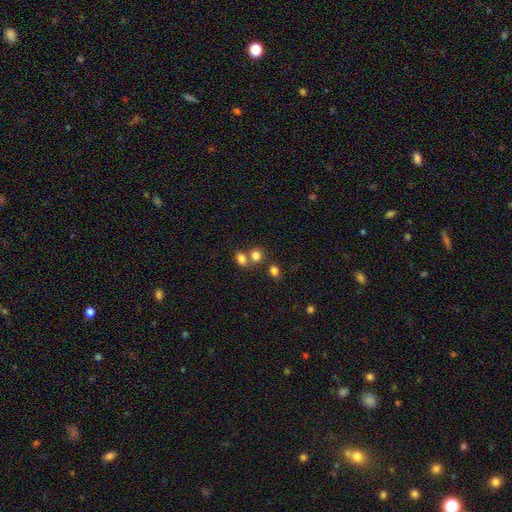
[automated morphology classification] Smooth or featured? smooth (80%)
How rounded? round (60%)
Merging? none (48%)